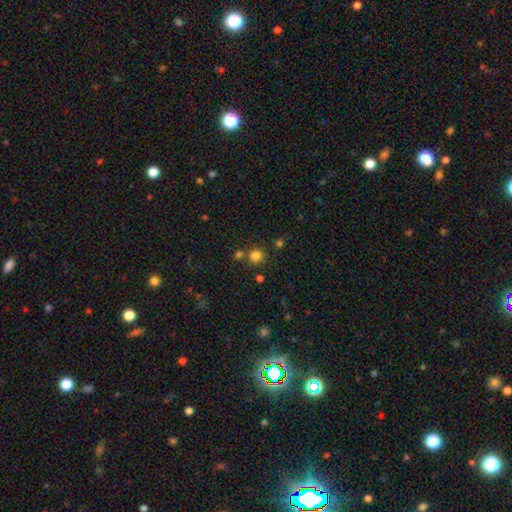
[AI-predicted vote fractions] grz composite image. It shows a smooth galaxy with no disk features (80%) that is round (92%). Merging: none (77%).